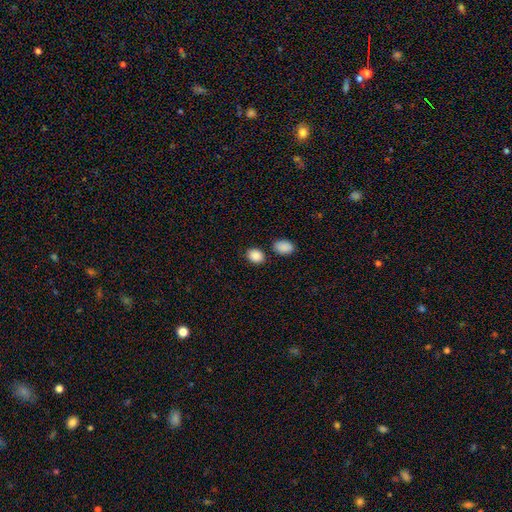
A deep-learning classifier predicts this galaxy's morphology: Smooth or featured?
  - smooth: 89% *
  - star or artifact: 8%
  - featured or disk: 4%
How rounded?
  - in between: 67% *
  - round: 32%
  - cigar-shaped: 1%
Merging?
  - none: 78% *
  - minor disturbance: 10%
  - merger: 9%
  - major disturbance: 3%